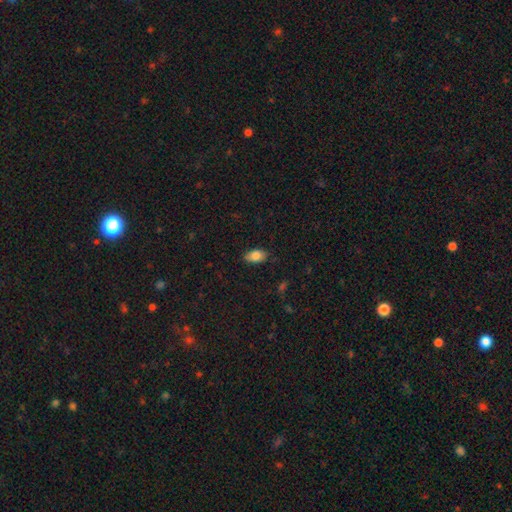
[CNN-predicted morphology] This is clearly a smooth galaxy (85%). How rounded: clearly in between (91%). Merging: clearly none (82%).